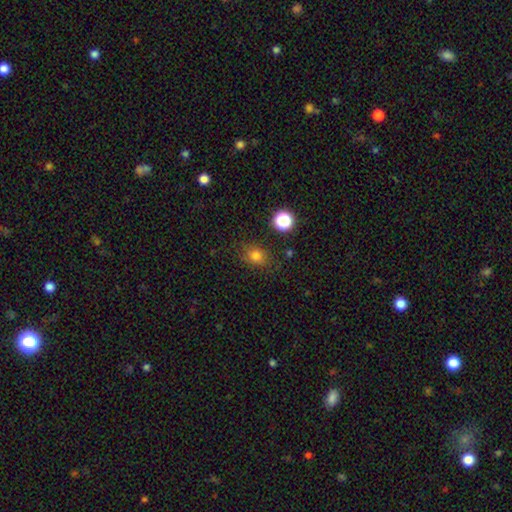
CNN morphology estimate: A smooth galaxy with no disk features (78%) that is round (59%).

Vote fractions:
- Smooth or featured? smooth: 78% / star or artifact: 15% / featured or disk: 6%
- How rounded? round: 59% / in between: 39% / cigar-shaped: 1%
- Merging? none: 79% / minor disturbance: 14% / major disturbance: 5% / merger: 3%